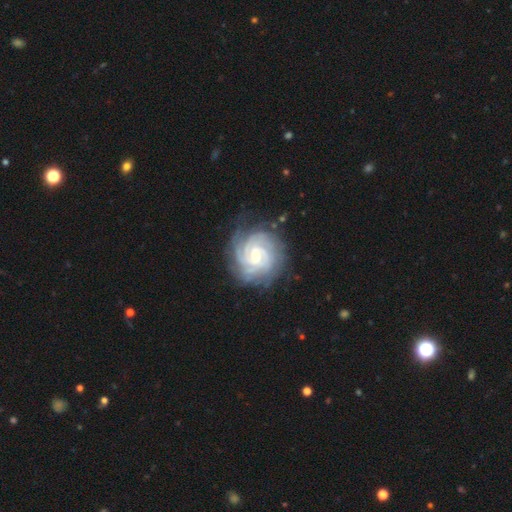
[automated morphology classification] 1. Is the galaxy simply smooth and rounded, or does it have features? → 90% featured or disk, 5% smooth, 5% star or artifact.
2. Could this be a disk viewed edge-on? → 98% no, 2% yes.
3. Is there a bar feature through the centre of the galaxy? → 47% weak, 39% no, 14% strong.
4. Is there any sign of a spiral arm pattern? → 98% yes, 2% no.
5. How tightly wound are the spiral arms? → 80% tight, 17% medium, 2% loose.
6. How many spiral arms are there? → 29% 4, 22% can't tell, 18% 3, 13% more than 4, 12% 2, 7% 1.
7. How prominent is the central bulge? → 52% small, 45% moderate, 2% large, 1% none, 1% dominant.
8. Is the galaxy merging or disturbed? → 79% none, 14% minor disturbance, 5% major disturbance, 1% merger.